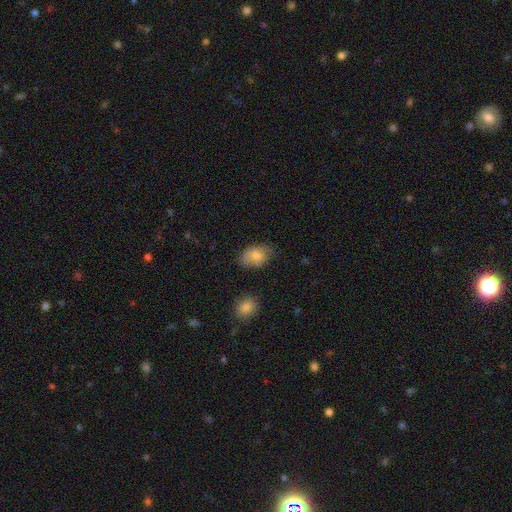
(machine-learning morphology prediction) This appears to be a smooth galaxy with no disk features (78%) that is in between round and cigar-shaped (89%). Merging: none (63%).